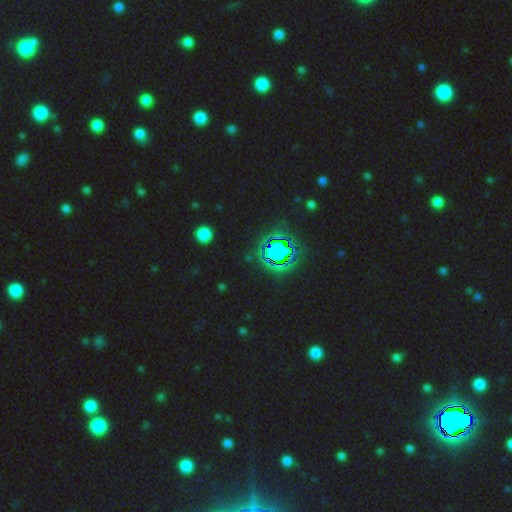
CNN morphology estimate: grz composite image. It shows a star or artifact, not a galaxy (81%).